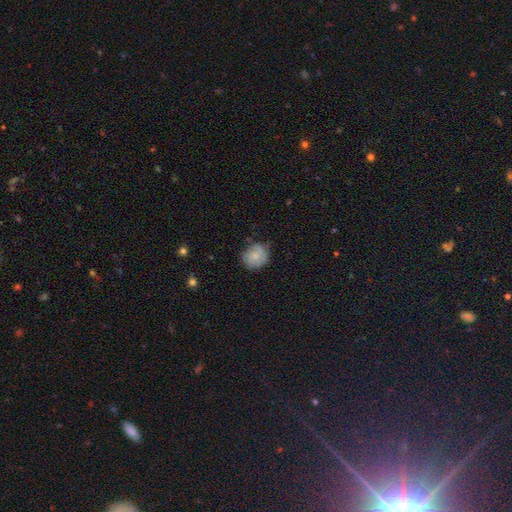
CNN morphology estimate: The model was most divided on "smooth or featured": smooth: 62%, featured or disk: 30%, star or artifact: 8%. More confident: how rounded — round (75%); merging — none (64%).